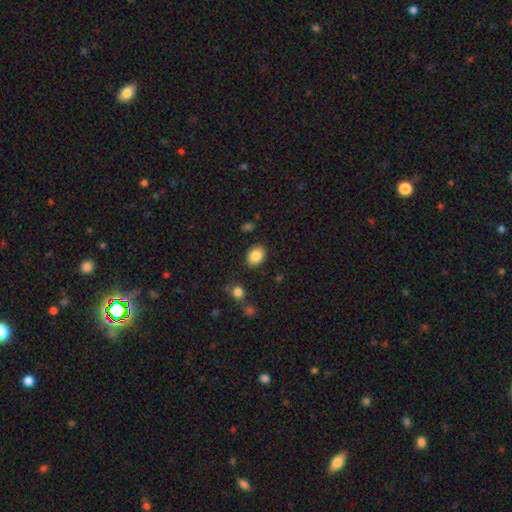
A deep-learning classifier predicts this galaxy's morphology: This is clearly a smooth galaxy (86%). How rounded: likely in between (69%). Merging: clearly none (85%).